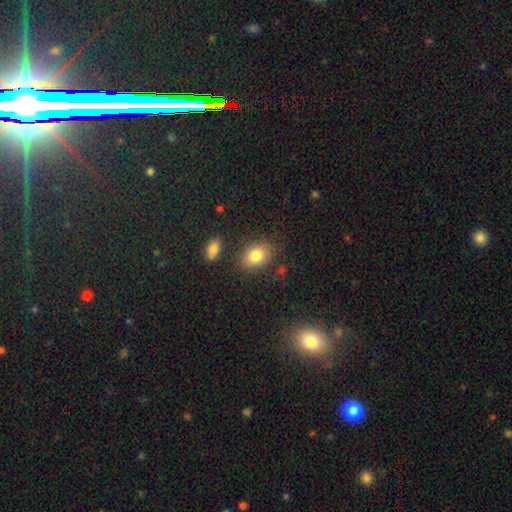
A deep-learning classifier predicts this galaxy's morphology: smooth-or-featured: smooth: 83% | star or artifact: 9% | featured or disk: 8%
  how-rounded: in between: 67% | round: 32% | cigar-shaped: 1%
  merging: none: 79% | minor disturbance: 12% | merger: 5% | major disturbance: 4%